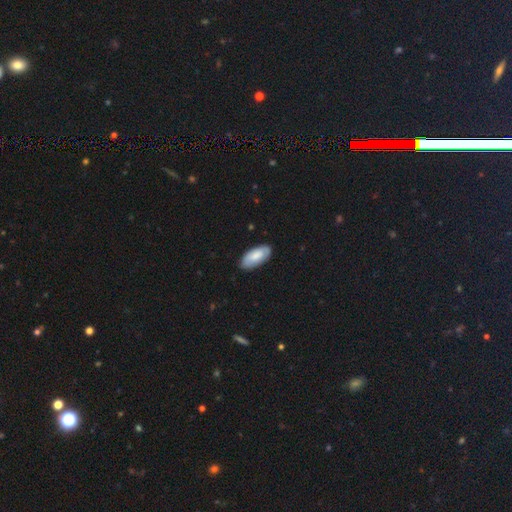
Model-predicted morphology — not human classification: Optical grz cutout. It shows a smooth galaxy with no disk features (74%) that is in between round and cigar-shaped (90%). Merging: none (84%).